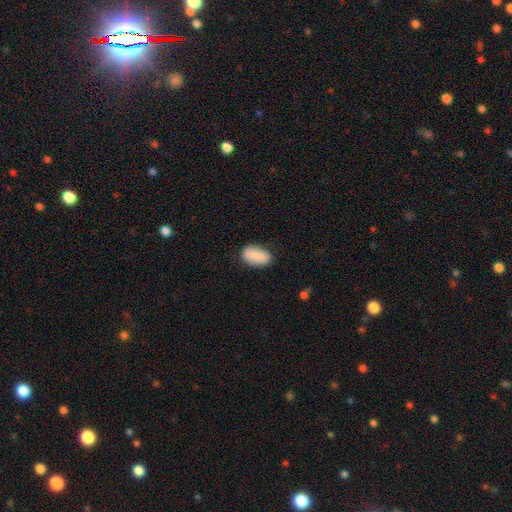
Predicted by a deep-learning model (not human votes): Morphology: type=smooth (84%); roundness=in between (92%); merging=none (80%).